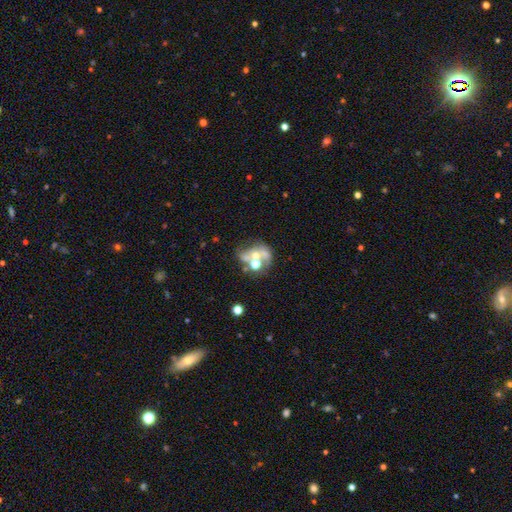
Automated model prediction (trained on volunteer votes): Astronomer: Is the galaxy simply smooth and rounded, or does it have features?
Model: featured or disk — 50% (runner-up: smooth, 34%).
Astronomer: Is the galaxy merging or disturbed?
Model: merger — 43% (runner-up: none, 29%).